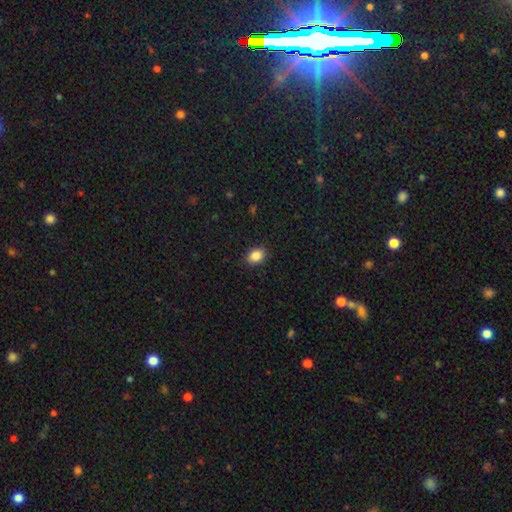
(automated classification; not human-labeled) A smooth galaxy with no disk features (87%) that is in between round and cigar-shaped (62%). Merging: none (89%).